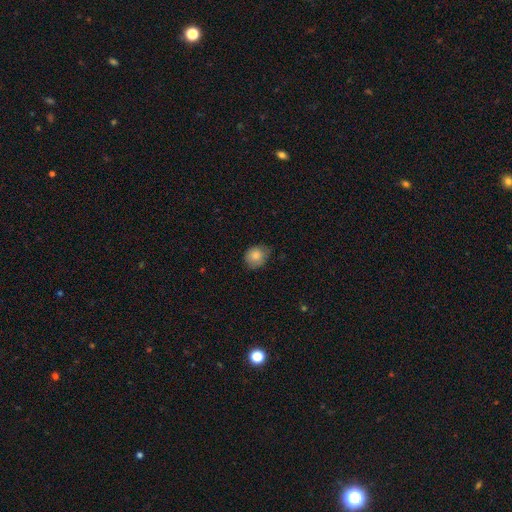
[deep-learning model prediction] Smooth or featured: smooth — 84% (star or artifact — 9%)
How rounded: round — 69% (in between — 30%)
Merging: none — 69% (minor disturbance — 26%)